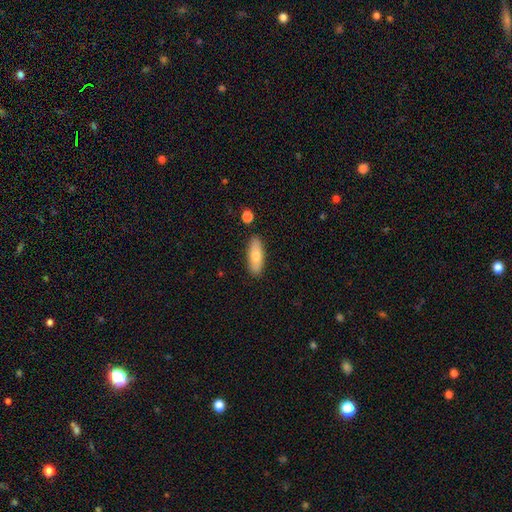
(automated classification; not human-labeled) The model was most divided on "how rounded": in between: 61%, cigar-shaped: 36%, round: 3%. More confident: merging — none (86%); smooth or featured — smooth (71%).